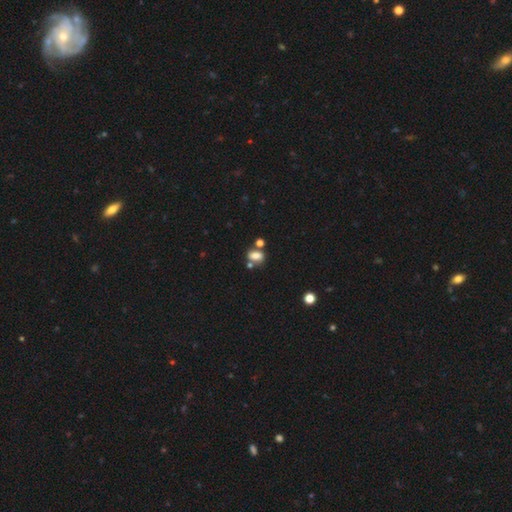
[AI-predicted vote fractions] This is likely a smooth galaxy (75%). How rounded: likely in between (76%). Merging: possibly none (52%).